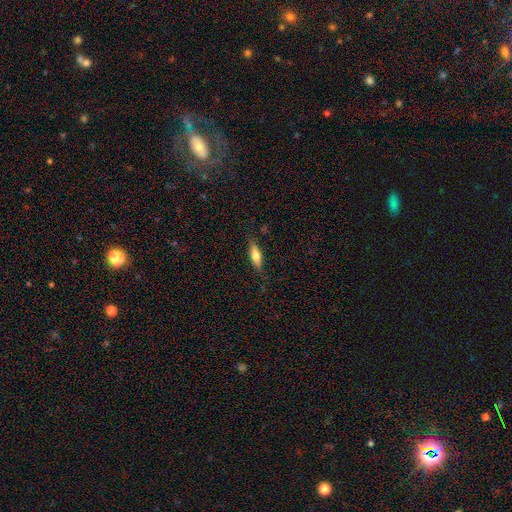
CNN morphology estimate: Smooth or featured?
  - smooth: 57% *
  - featured or disk: 37%
  - star or artifact: 6%
How rounded?
  - cigar-shaped: 55% *
  - in between: 43%
  - round: 2%
Merging?
  - none: 82% *
  - minor disturbance: 13%
  - major disturbance: 3%
  - merger: 1%